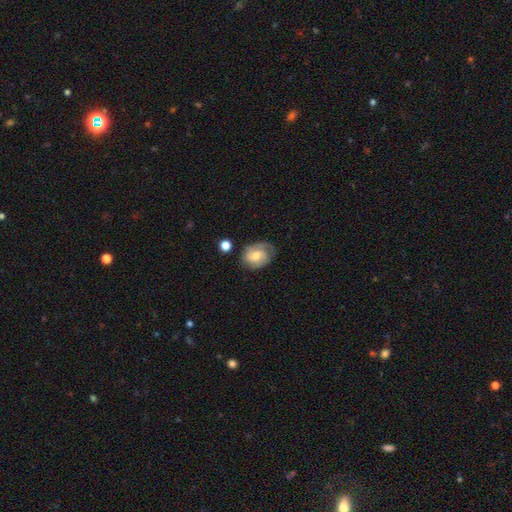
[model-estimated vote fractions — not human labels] Smooth or featured: featured or disk — 59% (smooth — 34%)
Edge-on disk: no — 97% (yes — 3%)
Bar: no — 48% (weak — 43%)
Spiral arms: yes — 88% (no — 12%)
Spiral winding: tight — 45% (medium — 40%)
Spiral arm count: 2 — 48% (1 — 24%)
Bulge size: moderate — 51% (small — 35%)
Merging: none — 63% (minor disturbance — 24%)